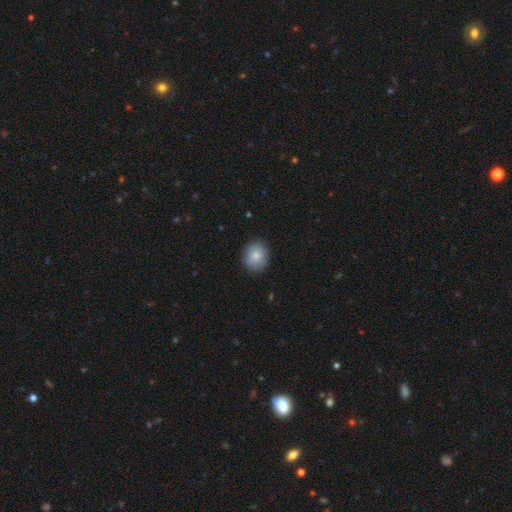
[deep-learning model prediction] Smooth or featured? Predicted: smooth (p=0.81). How rounded? Predicted: round (p=0.73). Merging? Predicted: none (p=0.84).